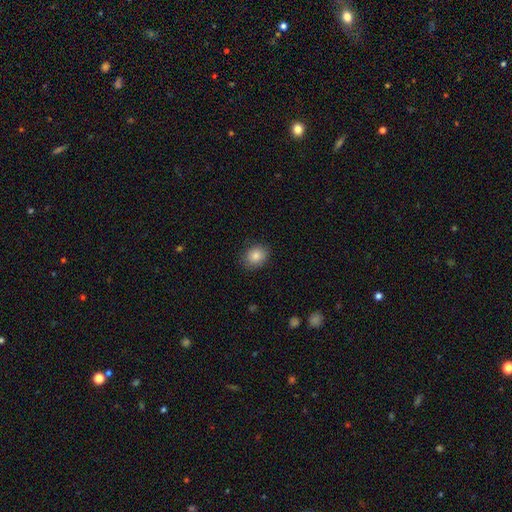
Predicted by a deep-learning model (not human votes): Smooth or featured?
  - smooth: 85% *
  - star or artifact: 9%
  - featured or disk: 6%
How rounded?
  - in between: 50% *
  - round: 49%
  - cigar-shaped: 1%
Merging?
  - none: 87% *
  - minor disturbance: 10%
  - major disturbance: 2%
  - merger: 1%